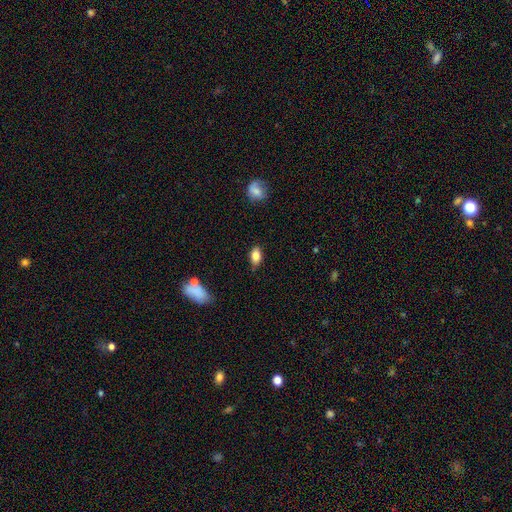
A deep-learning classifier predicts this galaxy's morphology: Smooth or featured? Predicted: smooth (p=0.82). How rounded? Predicted: in between (p=0.87). Merging? Predicted: none (p=0.77).